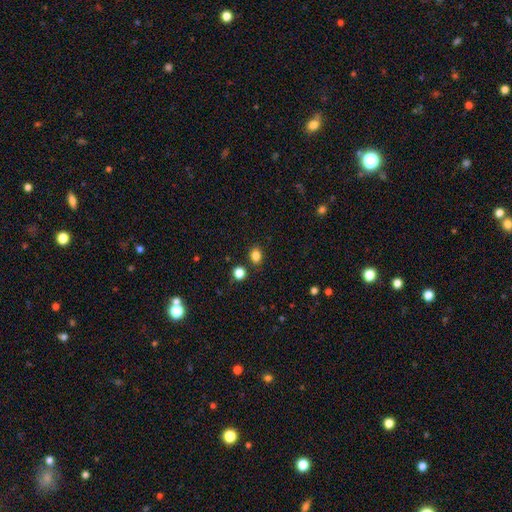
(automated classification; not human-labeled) Overall: smooth (83%). How rounded: in between (59%; round 40%). Merging: none (83%).